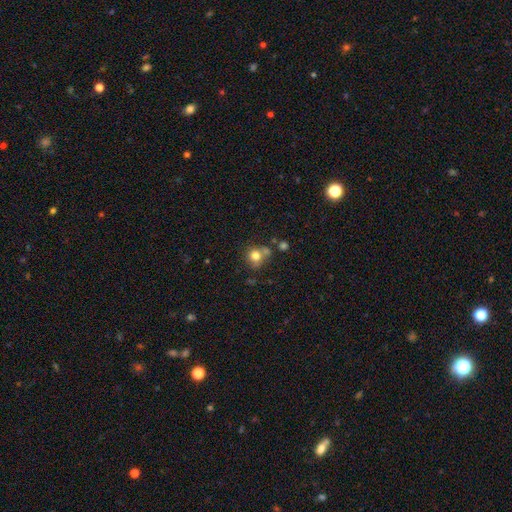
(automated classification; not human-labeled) Morphology: type=smooth (78%); roundness=round (84%); merging=none (58%).